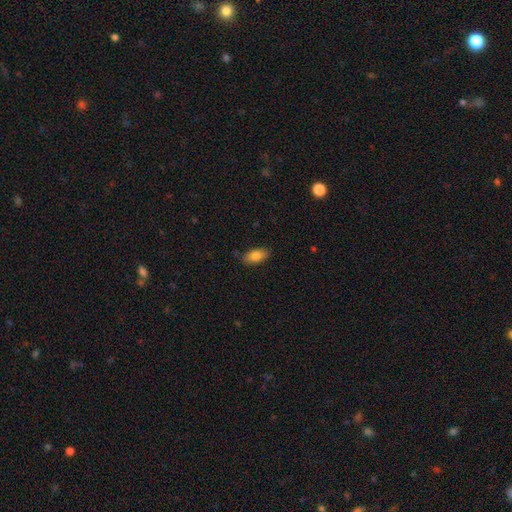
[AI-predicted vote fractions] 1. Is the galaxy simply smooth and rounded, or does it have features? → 81% smooth, 11% featured or disk, 7% star or artifact.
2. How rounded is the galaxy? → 89% in between, 7% cigar-shaped, 4% round.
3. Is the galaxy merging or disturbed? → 83% none, 14% minor disturbance, 3% major disturbance, 1% merger.